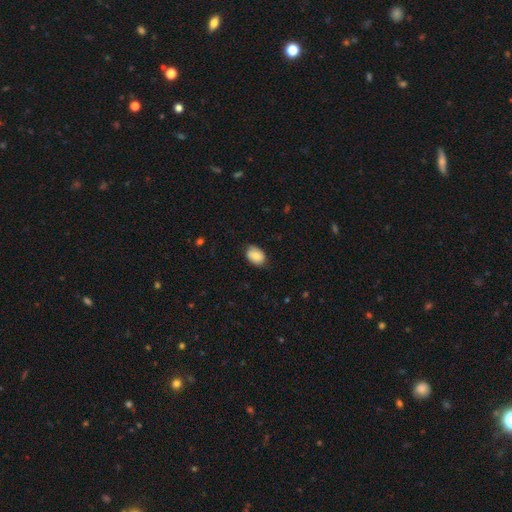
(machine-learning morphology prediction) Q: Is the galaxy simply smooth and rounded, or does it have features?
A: smooth — 83%.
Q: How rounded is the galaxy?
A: in between — 81%.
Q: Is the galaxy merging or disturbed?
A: none — 79%.